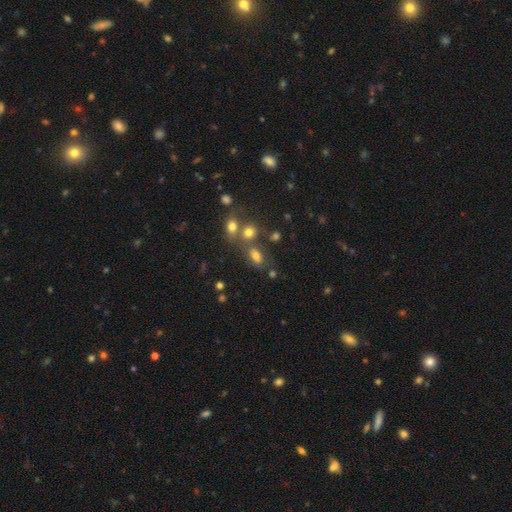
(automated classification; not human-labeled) Morphology: type=smooth (72%); roundness=in between (83%); merging=none (59%).